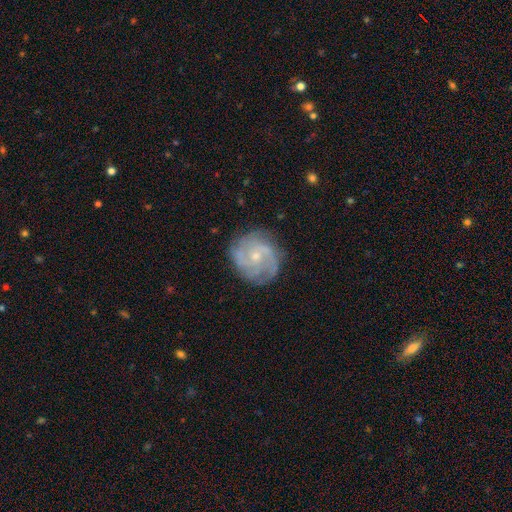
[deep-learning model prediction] Smooth or featured?
  - featured or disk: 81% *
  - smooth: 13%
  - star or artifact: 6%
Edge-on disk?
  - no: 98% *
  - yes: 2%
Bar?
  - no: 69% *
  - weak: 27%
  - strong: 4%
Spiral arms?
  - yes: 94% *
  - no: 6%
Spiral winding?
  - tight: 47% *
  - medium: 41%
  - loose: 12%
Spiral arm count?
  - 2: 28% *
  - 3: 27%
  - can't tell: 24%
  - 4: 10%
  - 1: 5%
  - more than 4: 5%
Bulge size?
  - small: 70% *
  - moderate: 26%
  - none: 2%
  - large: 1%
  - dominant: 1%
Merging?
  - none: 77% *
  - minor disturbance: 16%
  - major disturbance: 6%
  - merger: 1%